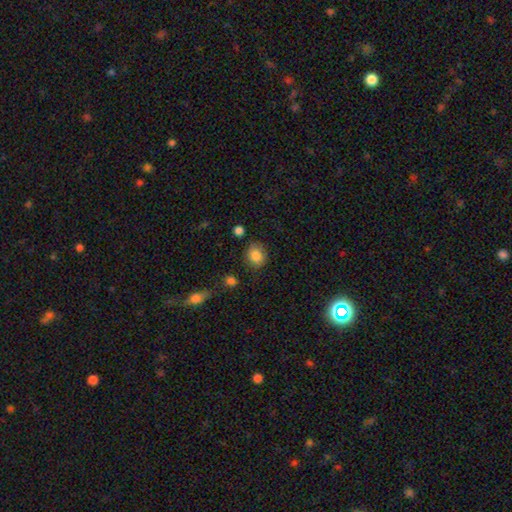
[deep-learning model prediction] This appears to be a smooth galaxy with no disk features (84%) that is round (59%). Merging: none (77%).